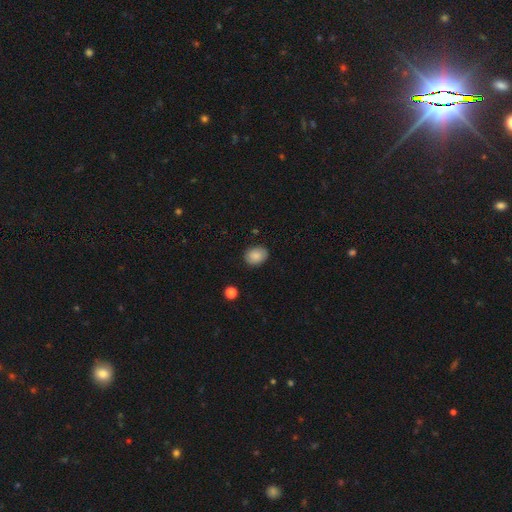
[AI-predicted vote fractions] A smooth galaxy with no disk features (86%) that is in between round and cigar-shaped (55%). Merging: none (85%).